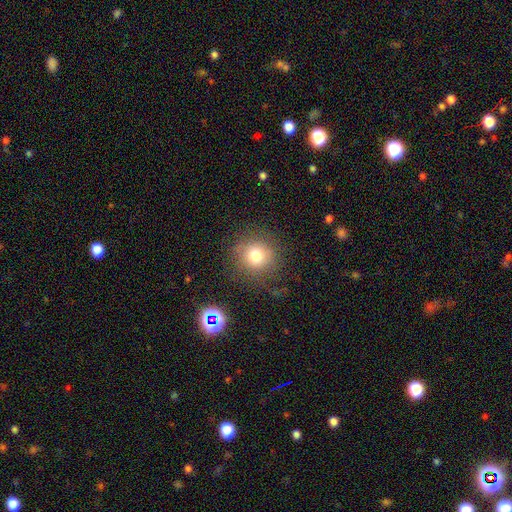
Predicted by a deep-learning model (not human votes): Smooth or featured?
  - smooth: 75% *
  - star or artifact: 14%
  - featured or disk: 11%
How rounded?
  - round: 90% *
  - in between: 10%
  - cigar-shaped: 1%
Merging?
  - none: 78% *
  - minor disturbance: 13%
  - major disturbance: 7%
  - merger: 2%